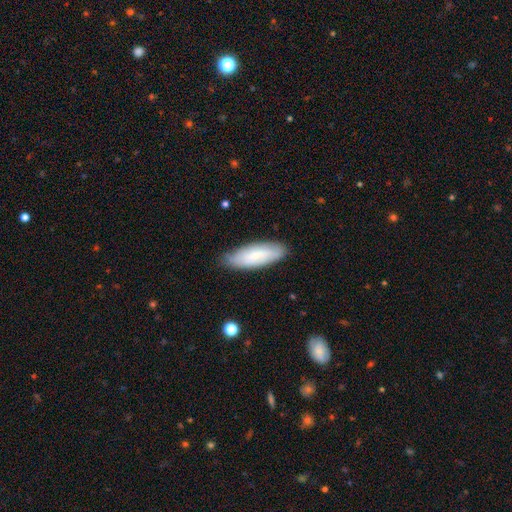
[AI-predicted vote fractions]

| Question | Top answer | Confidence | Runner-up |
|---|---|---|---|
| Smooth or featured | smooth | 72% | featured or disk (22%) |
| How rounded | in between | 64% | cigar-shaped (34%) |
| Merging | none | 80% | minor disturbance (16%) |